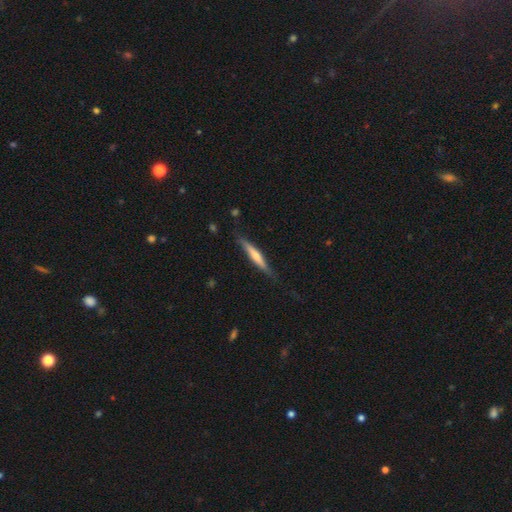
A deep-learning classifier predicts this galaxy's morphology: smooth 50%, featured or disk 45%, star or artifact 5%. Down the decision tree: how rounded — cigar-shaped (93%); merging — none (80%).